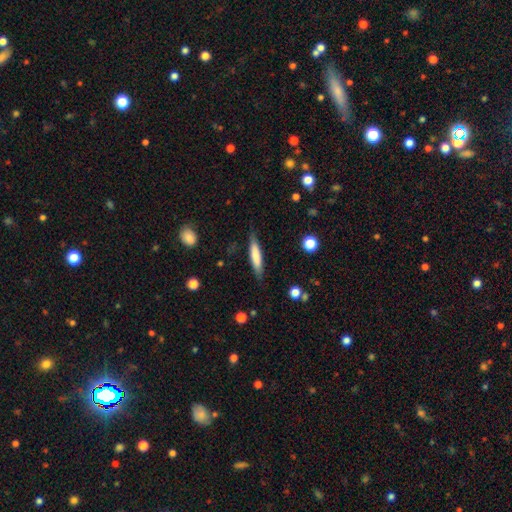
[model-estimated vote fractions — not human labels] A smooth galaxy with no disk features (71%) that is cigar-shaped (85%). Merging: none (81%).